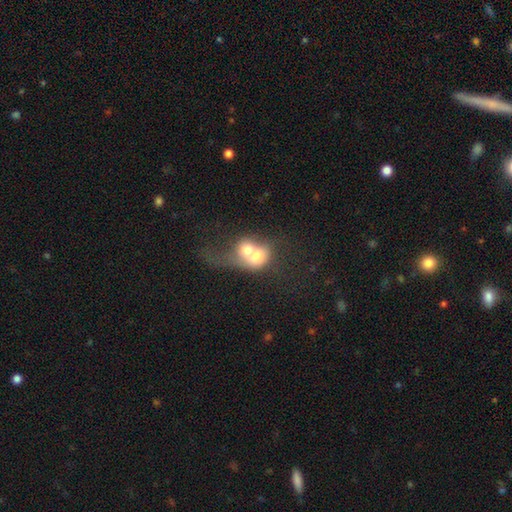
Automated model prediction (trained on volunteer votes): Smooth or featured: smooth — 60% (featured or disk — 32%)
How rounded: round — 58% (in between — 40%)
Merging: merger — 80% (none — 9%)